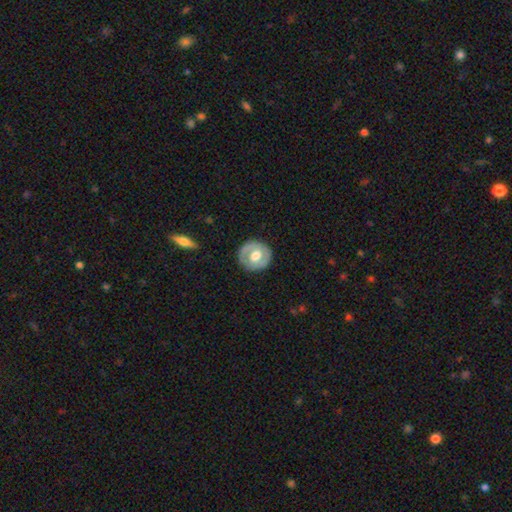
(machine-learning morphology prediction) Overall: featured or disk (52%; smooth 43%). Edge-on disk: no (95%). Merging: none (85%).